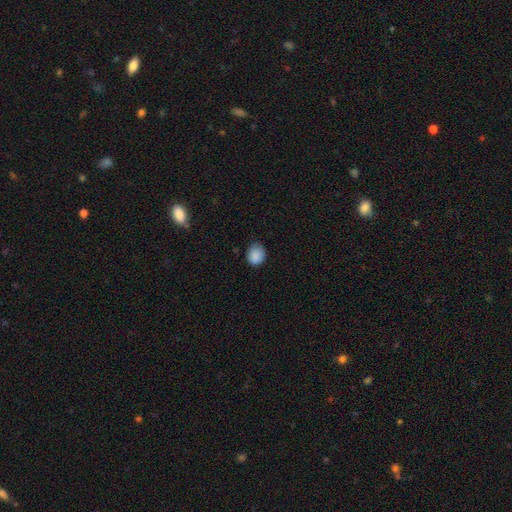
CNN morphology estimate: Overall: smooth (88%). How rounded: round (64%; in between 35%). Merging: none (73%).